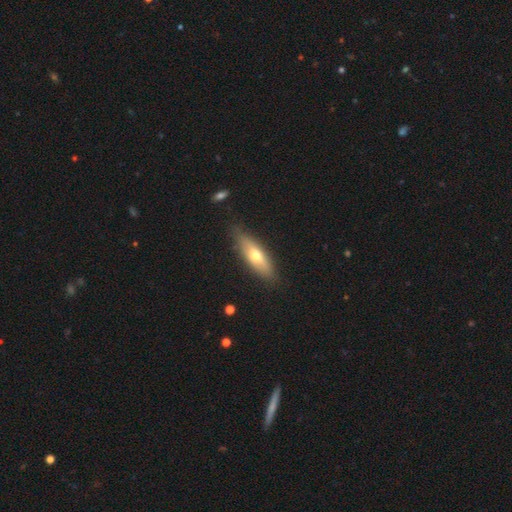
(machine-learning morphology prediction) smooth_or_featured: smooth (p=0.55) [alt: featured or disk p=0.39]
how_rounded: cigar-shaped (p=0.52) [alt: in between p=0.46]
merging: none (p=0.81) [alt: minor disturbance p=0.14]